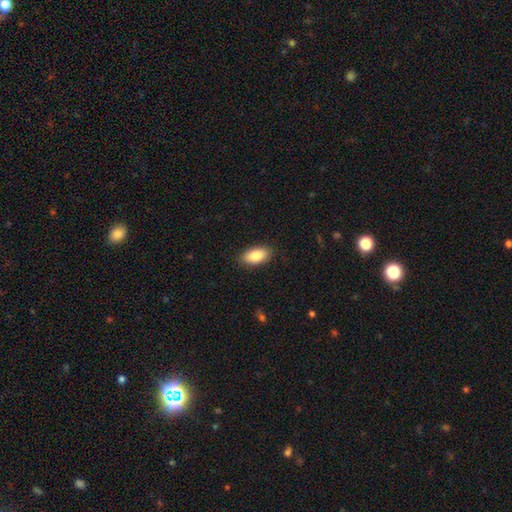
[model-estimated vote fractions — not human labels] This appears to be a smooth galaxy with no disk features (86%) that is in between round and cigar-shaped (93%). Merging: none (88%).